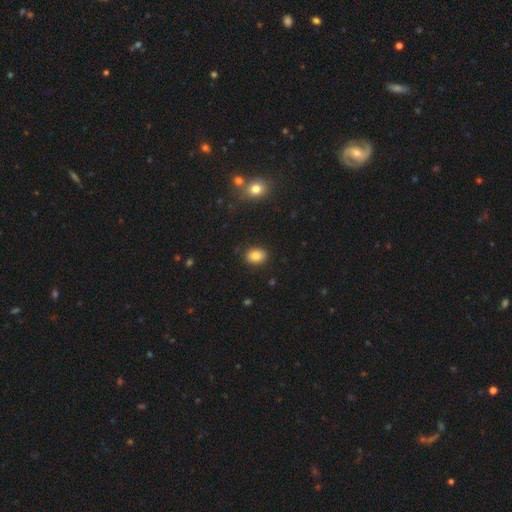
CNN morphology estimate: This appears to be a smooth galaxy with no disk features (85%) that is in between round and cigar-shaped (73%). Merging: none (88%).